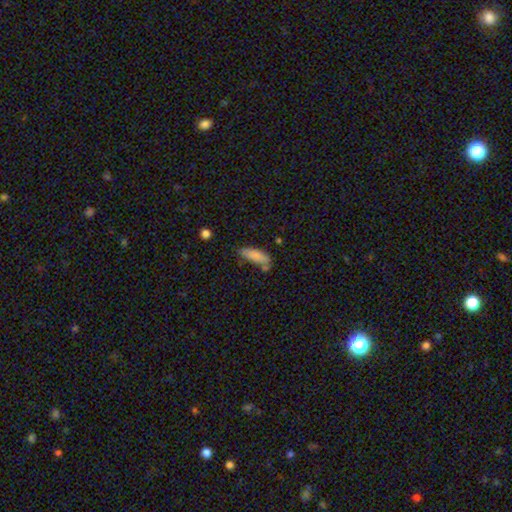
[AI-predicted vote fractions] Q: Smooth or featured?
A: smooth (82%); runner-up: featured or disk (10%)
Q: How rounded?
A: in between (63%); runner-up: cigar-shaped (35%)
Q: Merging?
A: none (56%); runner-up: minor disturbance (27%)